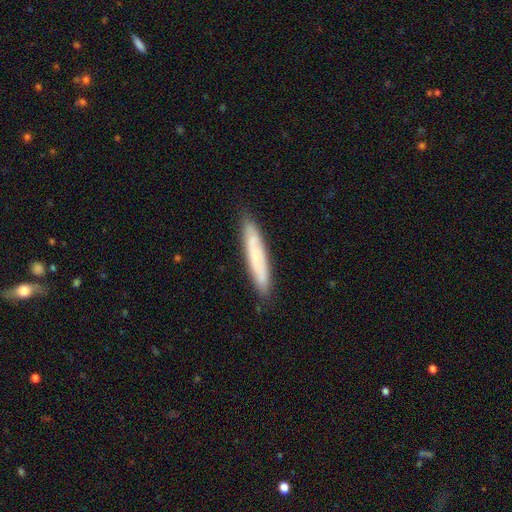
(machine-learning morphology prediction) Q: Smooth or featured?
A: smooth (61%); runner-up: featured or disk (32%)
Q: How rounded?
A: cigar-shaped (91%); runner-up: in between (8%)
Q: Merging?
A: none (85%); runner-up: minor disturbance (11%)